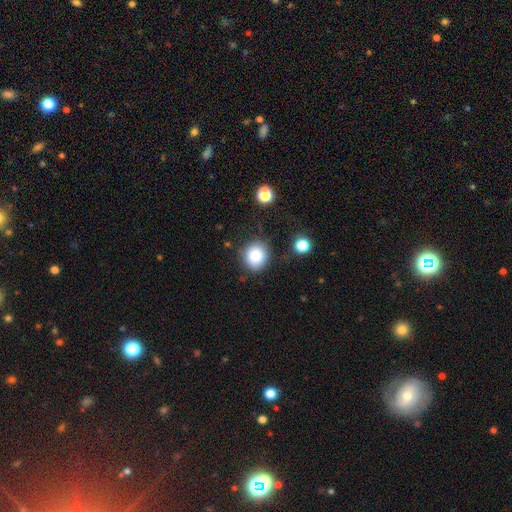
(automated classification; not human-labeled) Overall: smooth (81%). How rounded: round (81%). Merging: none (83%).